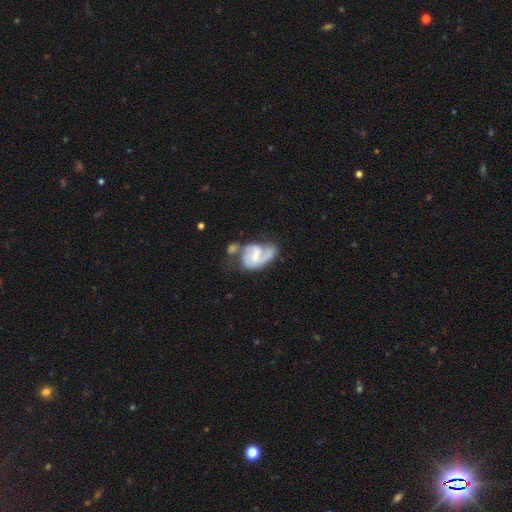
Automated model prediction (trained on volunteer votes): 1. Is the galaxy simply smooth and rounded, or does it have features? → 77% featured or disk, 17% smooth, 5% star or artifact.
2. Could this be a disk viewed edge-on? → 97% no, 3% yes.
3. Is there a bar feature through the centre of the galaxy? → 52% weak, 30% no, 19% strong.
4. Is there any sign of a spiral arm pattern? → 90% yes, 10% no.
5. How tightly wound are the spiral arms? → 47% medium, 28% loose, 25% tight.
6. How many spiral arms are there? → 66% 2, 15% 1, 11% can't tell, 6% 3, 1% 4, 1% more than 4.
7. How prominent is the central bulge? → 50% small, 41% moderate, 5% none, 2% large, 1% dominant.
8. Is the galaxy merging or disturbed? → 30% none, 26% merger, 23% minor disturbance, 20% major disturbance.